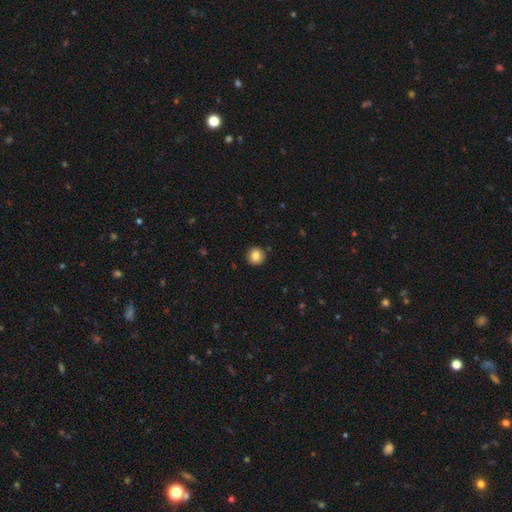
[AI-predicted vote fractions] A smooth galaxy with no disk features (84%) that is round (93%). Merging: none (92%).